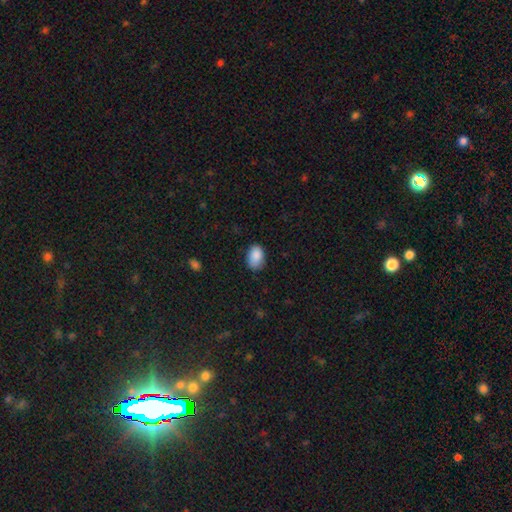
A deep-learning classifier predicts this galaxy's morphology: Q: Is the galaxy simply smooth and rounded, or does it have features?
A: smooth — 88%.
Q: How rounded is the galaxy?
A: in between — 85%.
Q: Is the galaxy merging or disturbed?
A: none — 72%.